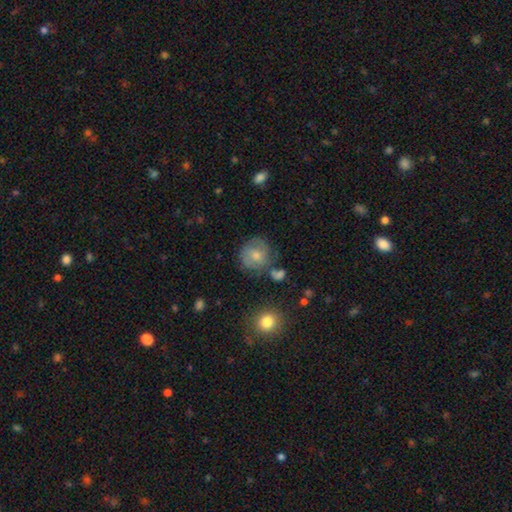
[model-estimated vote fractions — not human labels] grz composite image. It shows a smooth galaxy with no disk features (53%) that is round (84%). Merging: none (60%).